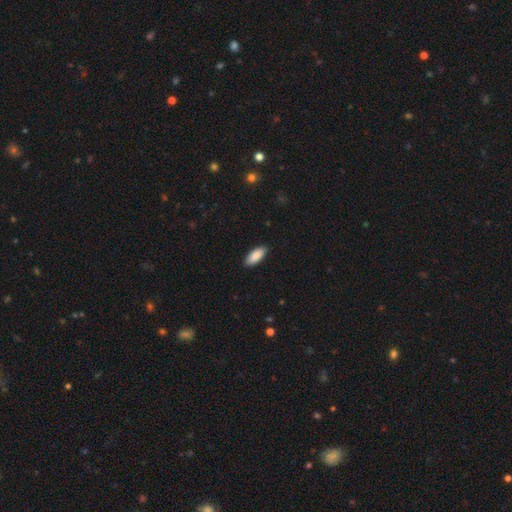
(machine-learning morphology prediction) Smooth or featured? Predicted: smooth (p=0.90). How rounded? Predicted: in between (p=0.85). Merging? Predicted: none (p=0.90).